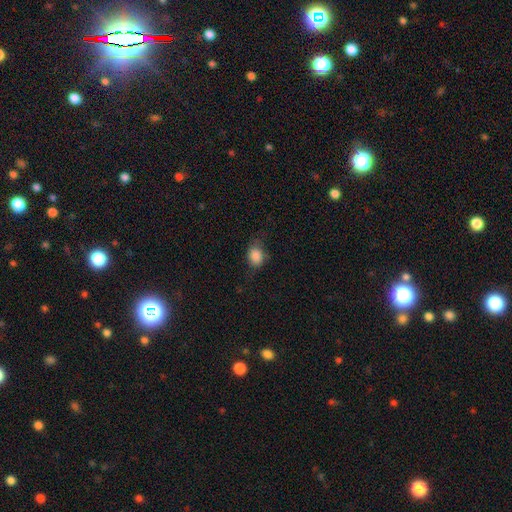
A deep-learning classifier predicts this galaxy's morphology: The model was most divided on "how rounded": in between: 62%, round: 37%, cigar-shaped: 1%. More confident: smooth or featured — smooth (85%); merging — none (62%).